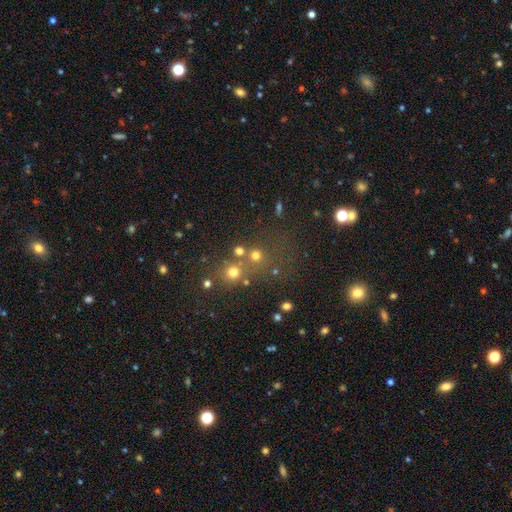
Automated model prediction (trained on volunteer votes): Smooth or featured: smooth — 66% (star or artifact — 24%)
How rounded: round — 87% (in between — 12%)
Merging: none — 60% (merger — 26%)